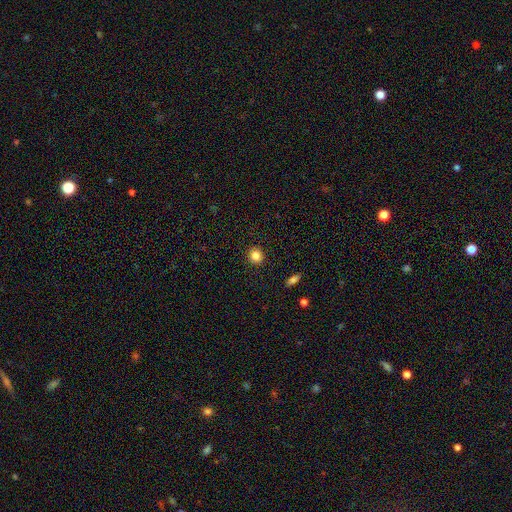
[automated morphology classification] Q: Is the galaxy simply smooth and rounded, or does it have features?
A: smooth — 85%.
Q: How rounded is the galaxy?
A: round — 87%.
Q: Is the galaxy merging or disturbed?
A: none — 91%.